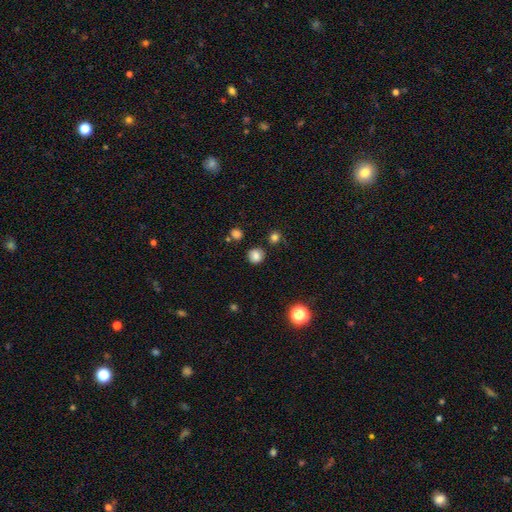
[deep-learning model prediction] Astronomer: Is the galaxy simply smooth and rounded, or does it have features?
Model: smooth — 81%.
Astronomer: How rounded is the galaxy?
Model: round — 86%.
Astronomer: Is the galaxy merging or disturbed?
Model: none — 83%.